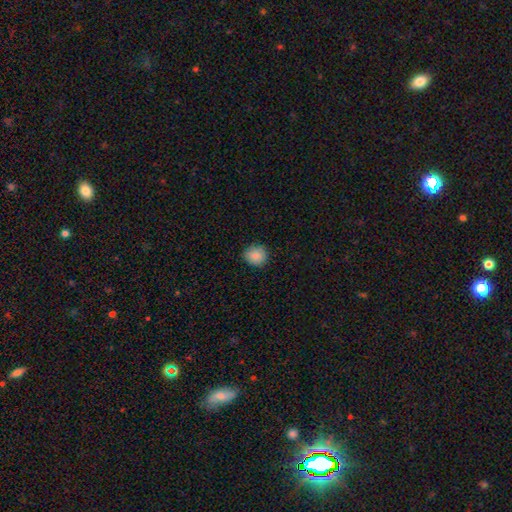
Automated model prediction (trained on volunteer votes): This appears to be a smooth galaxy with no disk features (87%) that is round (85%). Merging: none (85%).